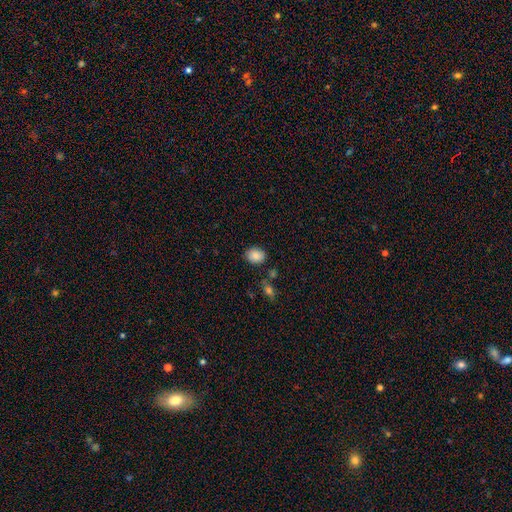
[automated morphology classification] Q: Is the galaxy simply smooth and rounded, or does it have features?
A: smooth — 87%.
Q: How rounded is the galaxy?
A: in between — 54%.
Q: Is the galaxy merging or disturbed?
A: none — 83%.